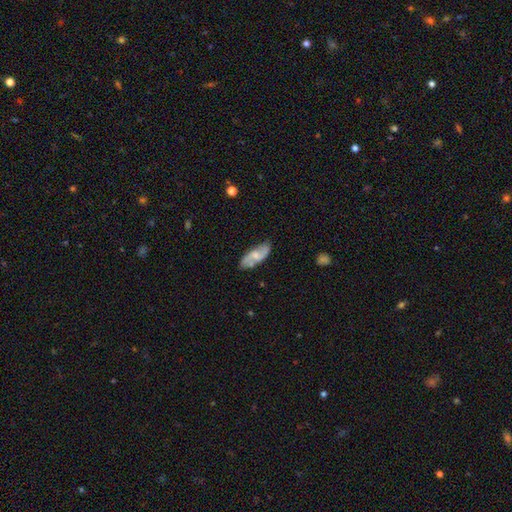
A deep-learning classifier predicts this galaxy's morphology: smooth-or-featured: featured or disk: 61% | smooth: 33% | star or artifact: 6%
  disk-edge-on: no: 92% | yes: 8%
    bar: weak: 46% | no: 43% | strong: 11%
    has-spiral-arms: yes: 89% | no: 11%
    bulge-size: small: 47% | moderate: 35% | none: 14% | large: 3% | dominant: 1%
  merging: none: 75% | minor disturbance: 18% | major disturbance: 4% | merger: 3%